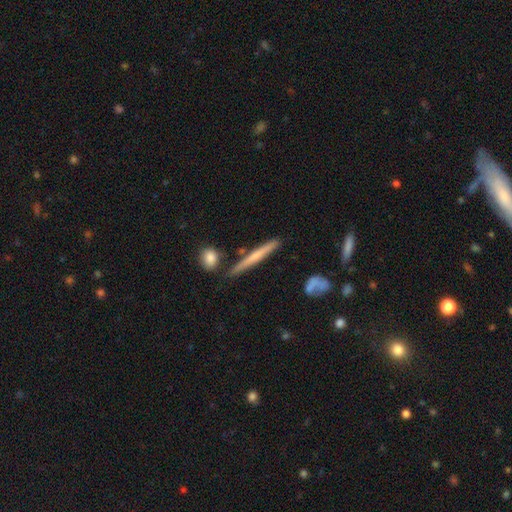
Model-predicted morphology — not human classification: This appears to be a featured or disk galaxy (47%, tied with smooth). Merging: none (81%).